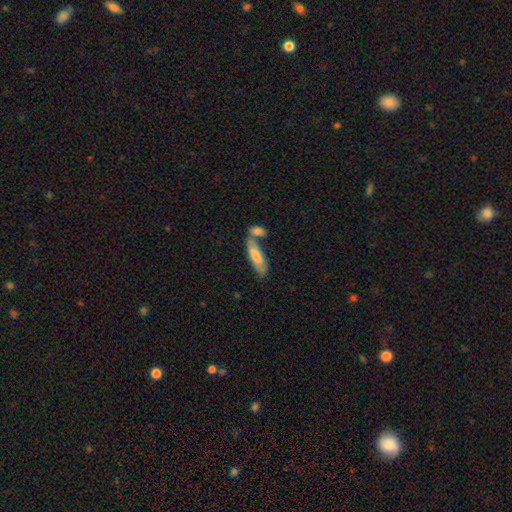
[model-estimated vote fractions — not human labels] The model was most divided on "merging": none: 42%, merger: 40%, minor disturbance: 14%, major disturbance: 5%. More confident: smooth or featured — smooth (57%); how rounded — cigar-shaped (50%).